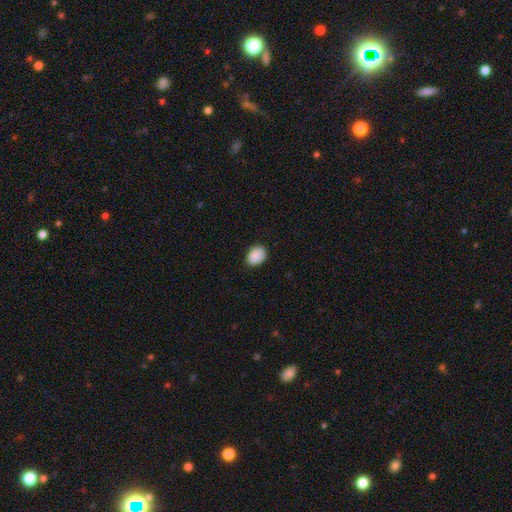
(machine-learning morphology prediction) Smooth or featured? smooth (90%)
How rounded? in between (72%)
Merging? none (87%)